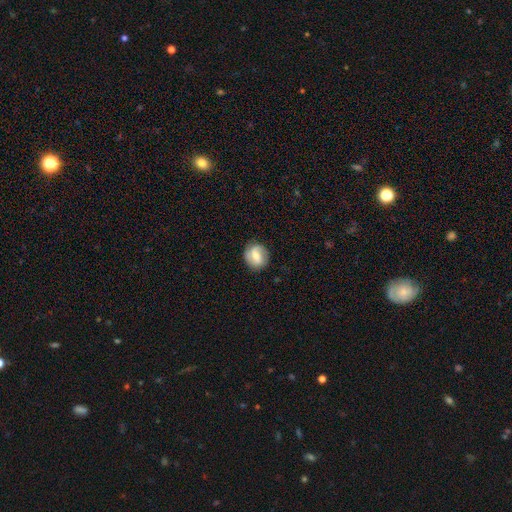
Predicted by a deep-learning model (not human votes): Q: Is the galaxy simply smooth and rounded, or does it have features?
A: featured or disk — 49%.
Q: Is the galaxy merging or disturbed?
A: none — 82%.